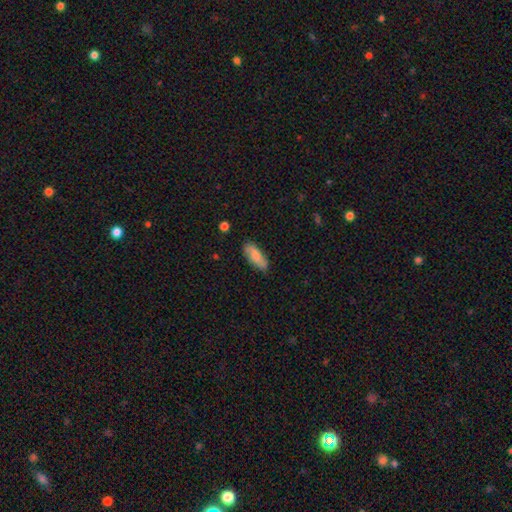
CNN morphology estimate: Smooth or featured? smooth (74%)
How rounded? in between (71%)
Merging? none (80%)